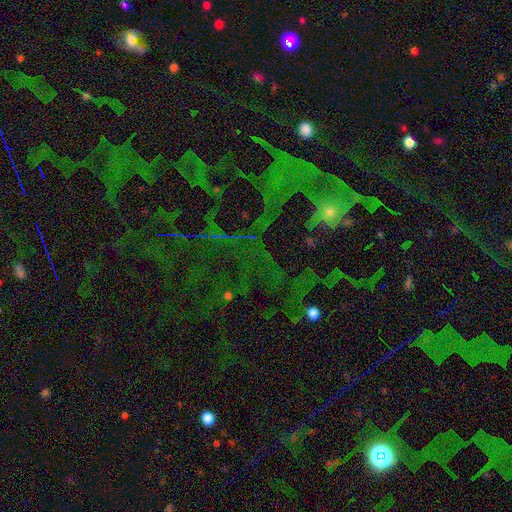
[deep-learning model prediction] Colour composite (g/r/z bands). It shows a star or artifact, not a galaxy (70%).